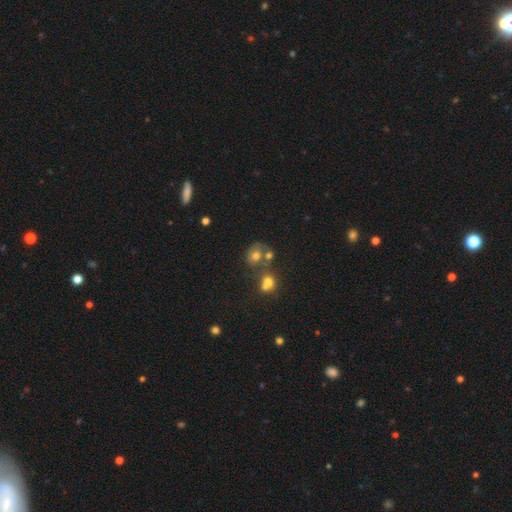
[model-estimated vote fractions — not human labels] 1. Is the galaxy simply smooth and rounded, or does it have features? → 57% smooth, 27% featured or disk, 16% star or artifact.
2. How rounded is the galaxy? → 62% round, 37% in between, 1% cigar-shaped.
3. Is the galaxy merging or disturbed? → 41% merger, 32% none, 15% minor disturbance, 12% major disturbance.